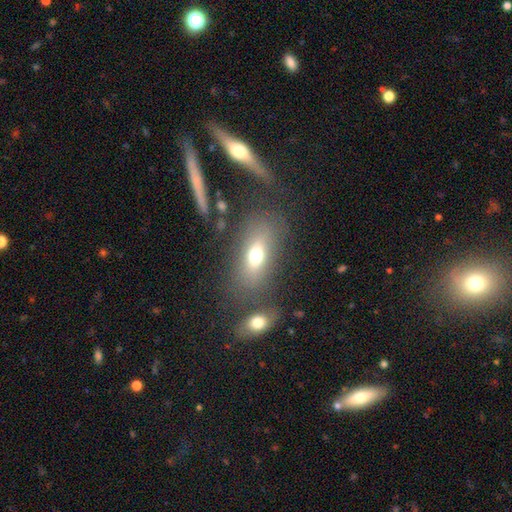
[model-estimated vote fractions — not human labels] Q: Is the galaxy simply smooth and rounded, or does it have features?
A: smooth — 67%.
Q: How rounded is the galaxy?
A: in between — 75%.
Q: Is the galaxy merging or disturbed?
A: none — 73%.